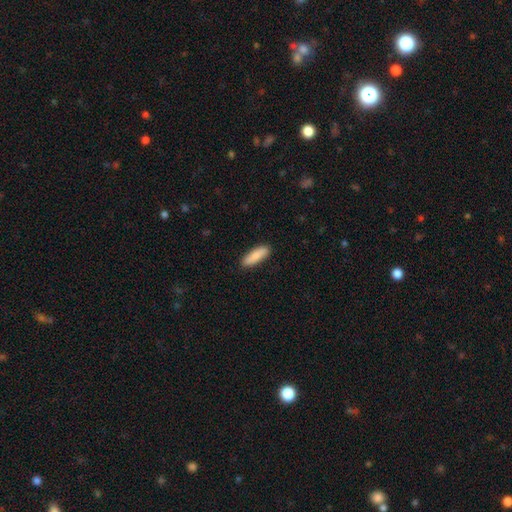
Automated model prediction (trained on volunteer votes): A smooth galaxy with no disk features (87%) that is cigar-shaped (55%).

Vote fractions:
- Smooth or featured? smooth: 87% / featured or disk: 8% / star or artifact: 5%
- How rounded? cigar-shaped: 55% / in between: 43% / round: 2%
- Merging? none: 89% / minor disturbance: 8% / major disturbance: 2% / merger: 1%